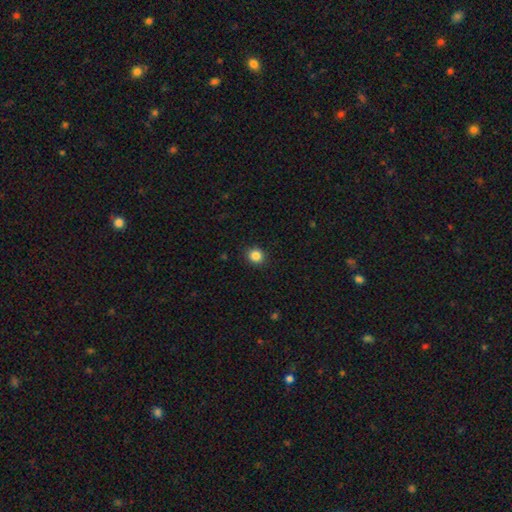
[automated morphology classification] Overall: smooth (85%). How rounded: round (86%). Merging: none (91%).